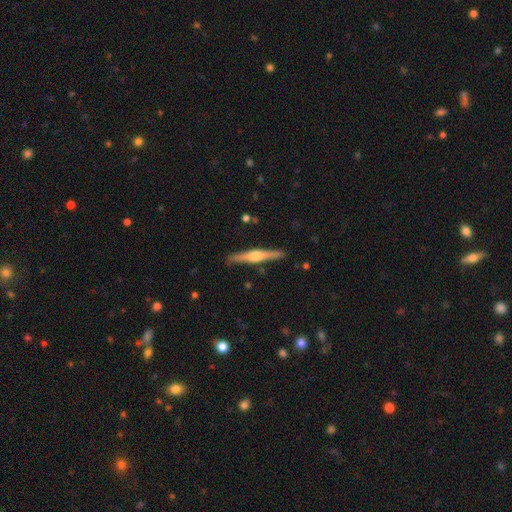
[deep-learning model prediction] featured or disk 73%, smooth 22%, star or artifact 5%. Down the decision tree: edge-on disk — yes (98%); edge-on bulge — rounded (88%); merging — none (90%).